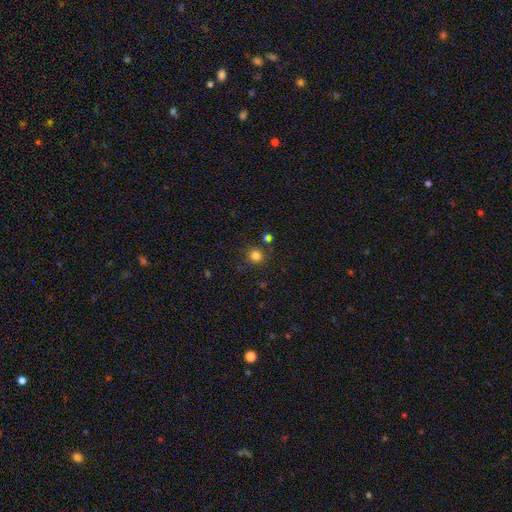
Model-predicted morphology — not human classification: type=smooth (81%); roundness=round (90%); merging=none (81%).